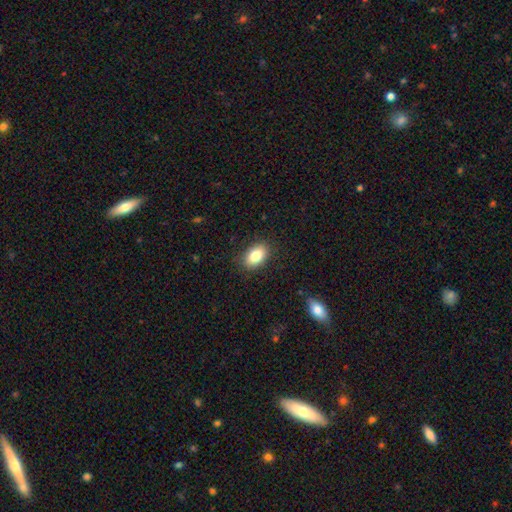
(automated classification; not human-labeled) Overall: smooth (82%). How rounded: in between (88%). Merging: none (87%).